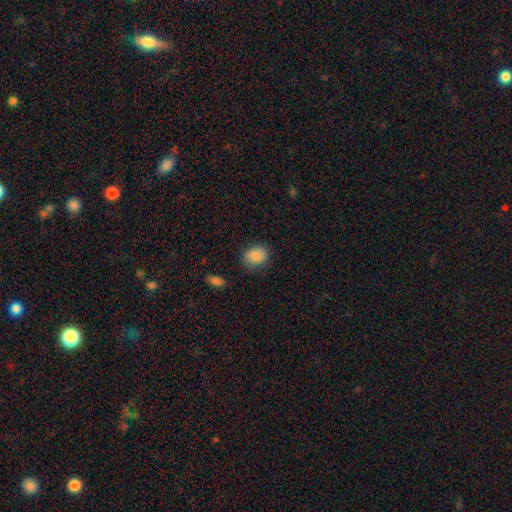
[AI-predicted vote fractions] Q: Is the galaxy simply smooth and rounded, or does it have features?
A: smooth — 85%.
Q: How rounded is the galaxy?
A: round — 53%.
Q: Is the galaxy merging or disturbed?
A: none — 81%.